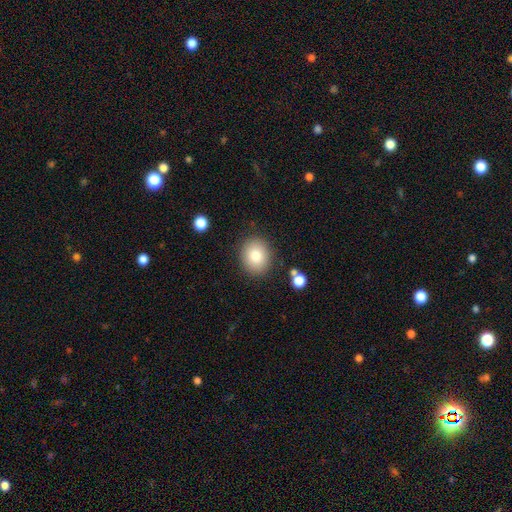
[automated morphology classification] type=smooth (82%); roundness=round (66%); merging=none (86%).